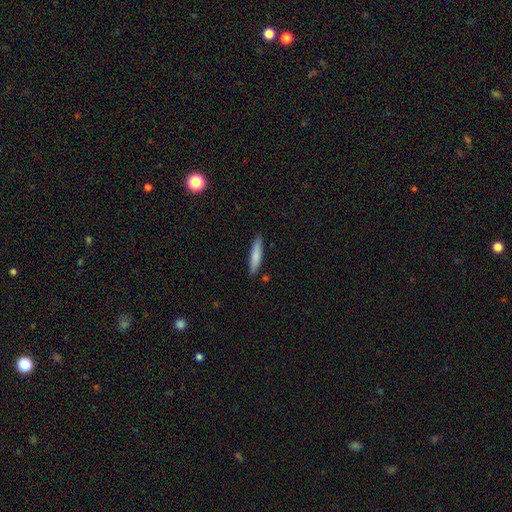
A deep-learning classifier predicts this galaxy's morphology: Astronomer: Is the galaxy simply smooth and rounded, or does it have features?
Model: smooth — 80%.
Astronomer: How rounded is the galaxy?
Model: cigar-shaped — 85%.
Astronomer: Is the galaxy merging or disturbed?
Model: none — 86%.